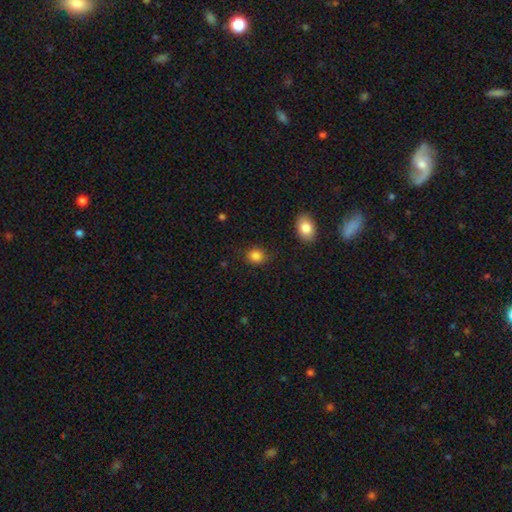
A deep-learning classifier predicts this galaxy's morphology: Smooth or featured? smooth (85%)
How rounded? round (67%)
Merging? none (83%)